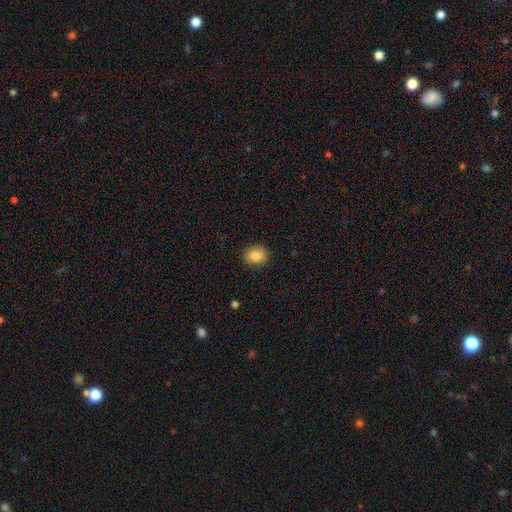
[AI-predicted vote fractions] Smooth or featured?
  - smooth: 86% *
  - star or artifact: 9%
  - featured or disk: 5%
How rounded?
  - round: 51% *
  - in between: 48%
  - cigar-shaped: 1%
Merging?
  - none: 89% *
  - minor disturbance: 8%
  - major disturbance: 2%
  - merger: 1%